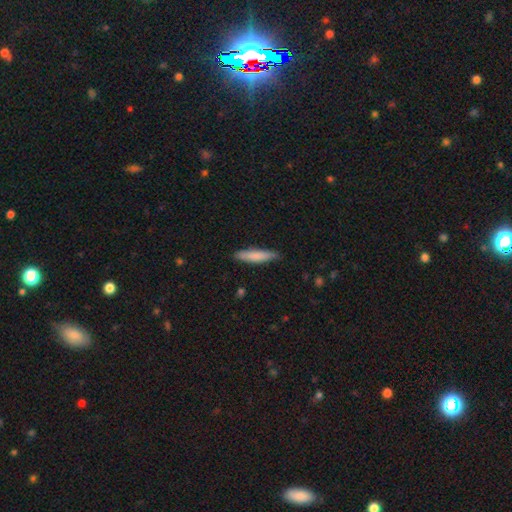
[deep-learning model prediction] The model was most divided on "smooth or featured": smooth: 79%, featured or disk: 16%, star or artifact: 6%. More confident: merging — none (84%); how rounded — cigar-shaped (83%).